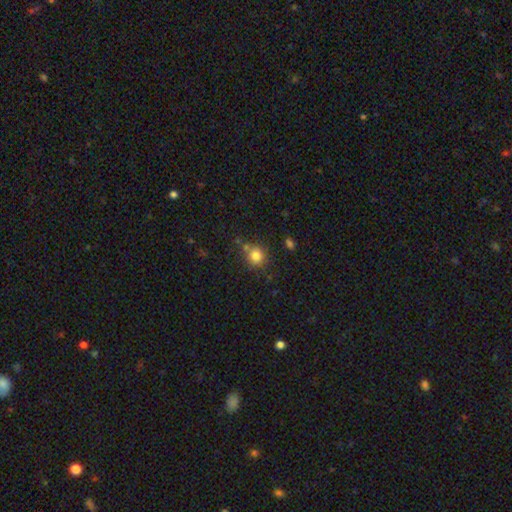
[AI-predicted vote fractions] Overall: smooth (80%). How rounded: round (88%). Merging: none (70%).